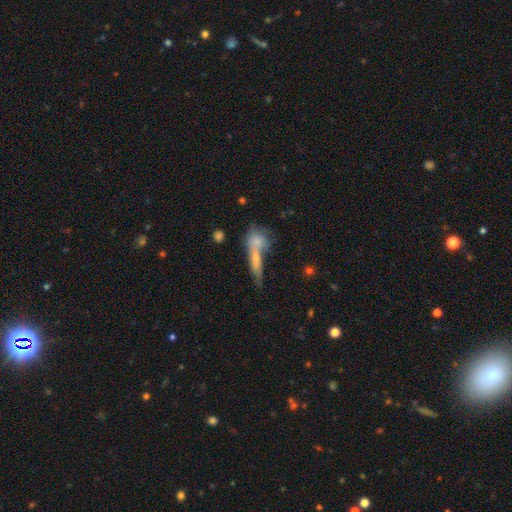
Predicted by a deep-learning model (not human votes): Q: Smooth or featured?
A: smooth (55%); runner-up: featured or disk (32%)
Q: How rounded?
A: cigar-shaped (60%); runner-up: in between (27%)
Q: Merging?
A: merger (41%); runner-up: none (40%)